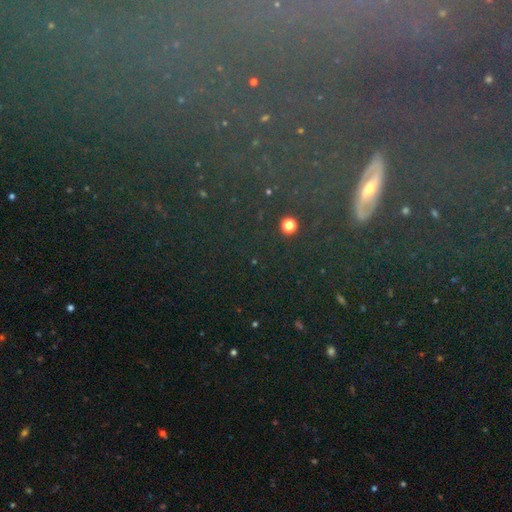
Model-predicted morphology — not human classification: The model was most divided on "smooth or featured": star or artifact: 62%, featured or disk: 20%, smooth: 18%.